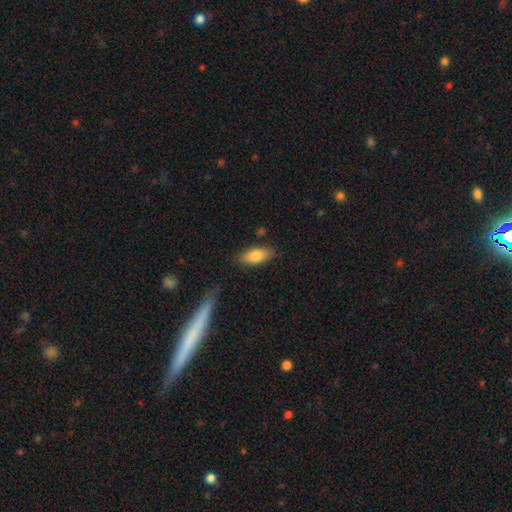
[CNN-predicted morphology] Smooth or featured? smooth (81%)
How rounded? in between (81%)
Merging? none (82%)